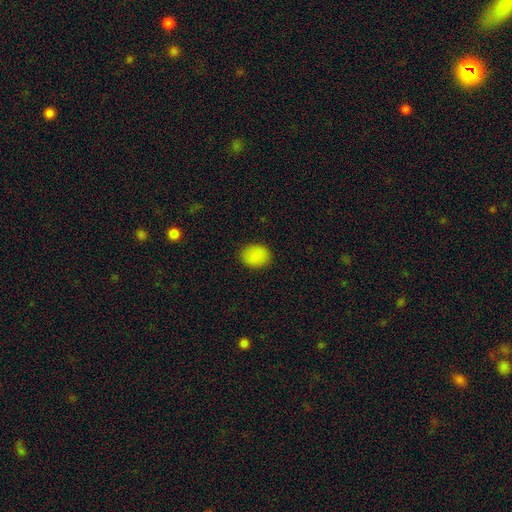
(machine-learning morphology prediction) smooth_or_featured: smooth (p=0.86) [alt: star or artifact p=0.09]
how_rounded: in between (p=0.56) [alt: round p=0.43]
merging: none (p=0.88) [alt: minor disturbance p=0.09]